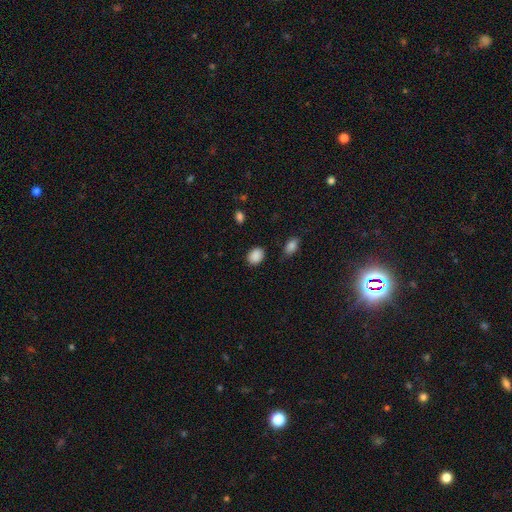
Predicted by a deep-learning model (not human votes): smooth-or-featured: smooth: 89% | star or artifact: 8% | featured or disk: 3%
  how-rounded: in between: 58% | round: 41% | cigar-shaped: 1%
  merging: none: 83% | minor disturbance: 12% | major disturbance: 3% | merger: 2%